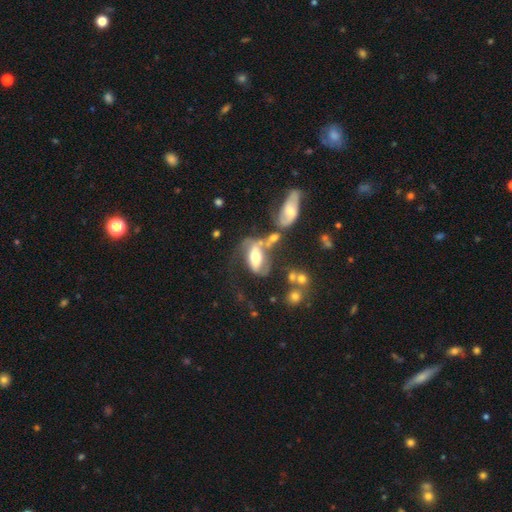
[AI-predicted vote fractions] featured or disk 52%, smooth 39%, star or artifact 9%. Down the decision tree: edge-on disk — no (86%); merging — merger (34%).